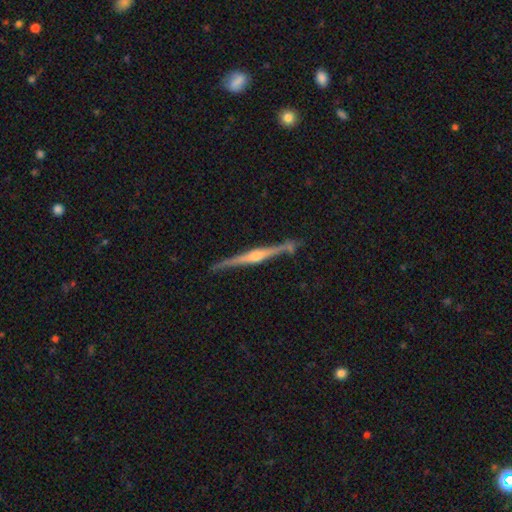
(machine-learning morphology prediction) Smooth or featured? featured or disk (86%)
Edge-on disk? yes (98%)
Edge-on bulge? rounded (85%)
Merging? none (88%)